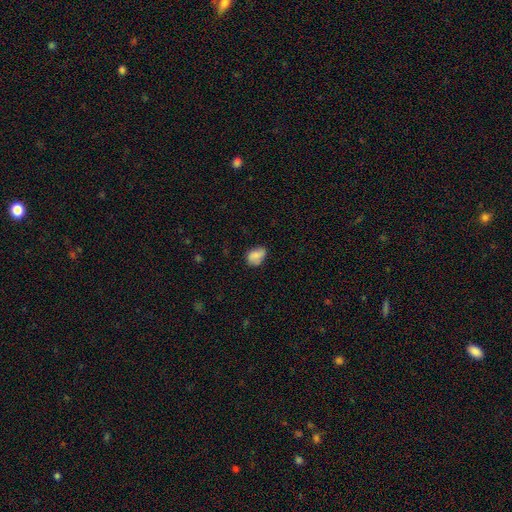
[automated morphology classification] type=smooth (82%); roundness=in between (79%); merging=none (61%).